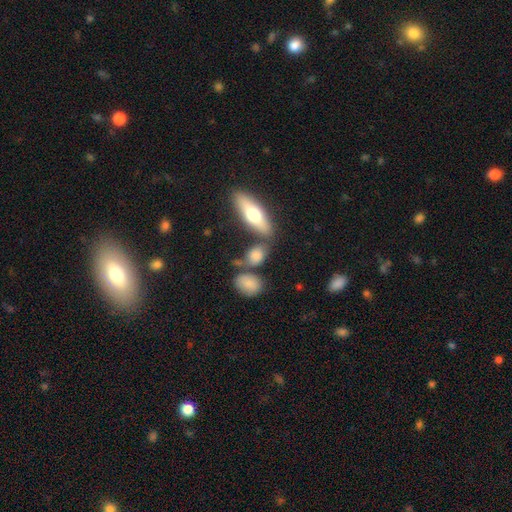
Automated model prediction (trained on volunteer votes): smooth 75%, featured or disk 15%, star or artifact 9%. Down the decision tree: how rounded — in between (68%); merging — none (58%).